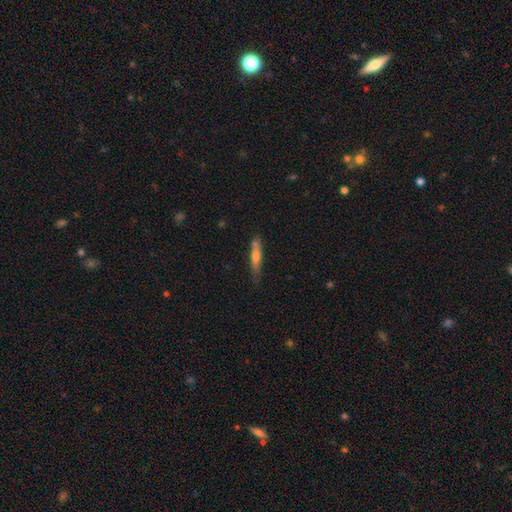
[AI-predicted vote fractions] Smooth or featured? Predicted: smooth (p=0.50). Merging? Predicted: none (p=0.72).